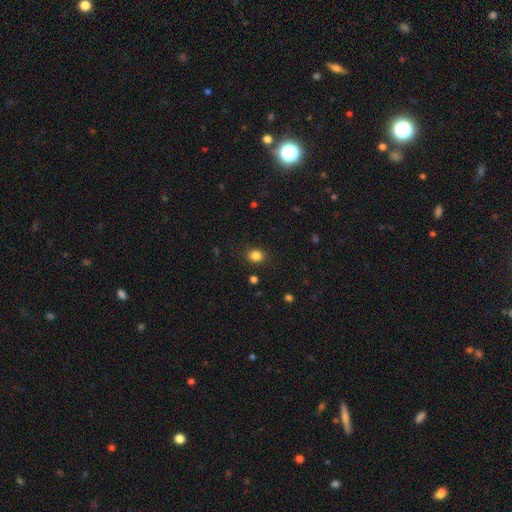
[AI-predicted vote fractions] Smooth or featured: smooth — 84% (star or artifact — 12%)
How rounded: round — 66% (in between — 33%)
Merging: none — 88% (minor disturbance — 8%)